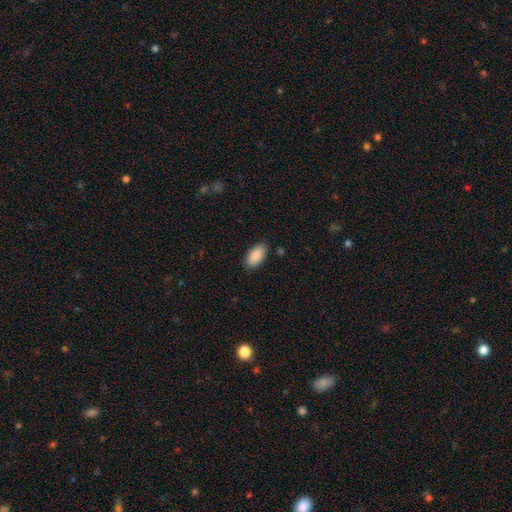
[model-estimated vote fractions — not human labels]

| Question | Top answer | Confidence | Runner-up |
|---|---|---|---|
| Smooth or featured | smooth | 89% | star or artifact (6%) |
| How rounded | in between | 94% | cigar-shaped (4%) |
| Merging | none | 86% | minor disturbance (11%) |